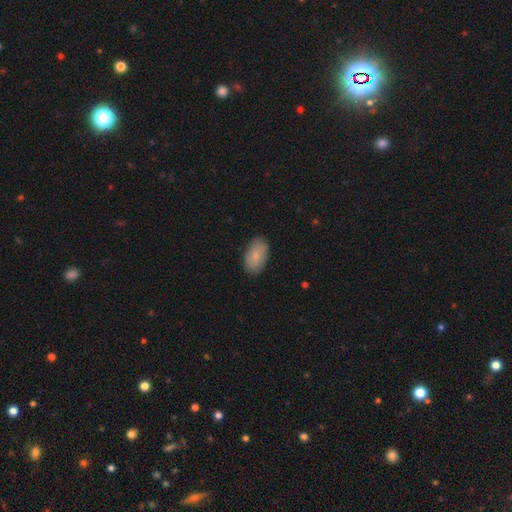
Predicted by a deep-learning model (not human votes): smooth_or_featured: smooth (p=0.82) [alt: featured or disk p=0.12]
how_rounded: in between (p=0.94) [alt: round p=0.04]
merging: none (p=0.84) [alt: minor disturbance p=0.13]